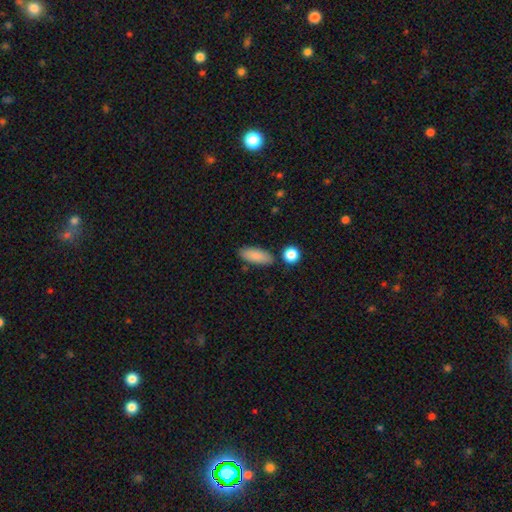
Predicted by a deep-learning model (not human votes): A smooth galaxy with no disk features (87%) that is in between round and cigar-shaped (77%). Merging: none (81%).